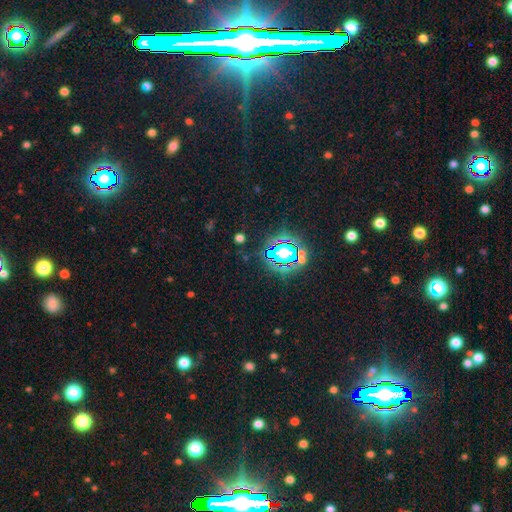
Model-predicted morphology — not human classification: Smooth or featured? Predicted: star or artifact (p=0.83).